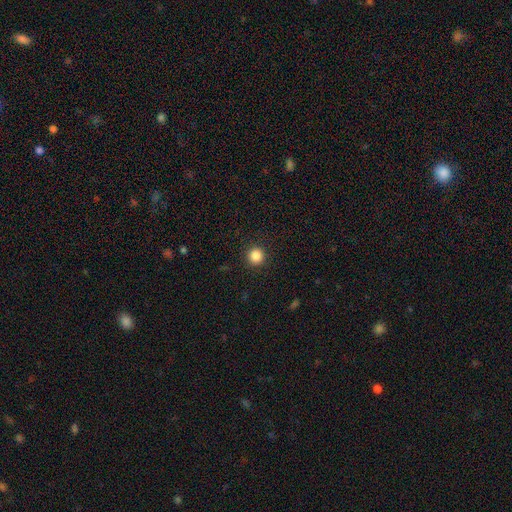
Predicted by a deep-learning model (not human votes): Smooth or featured?
  - smooth: 86% *
  - star or artifact: 11%
  - featured or disk: 4%
How rounded?
  - round: 95% *
  - in between: 4%
  - cigar-shaped: 1%
Merging?
  - none: 92% *
  - minor disturbance: 5%
  - major disturbance: 2%
  - merger: 1%